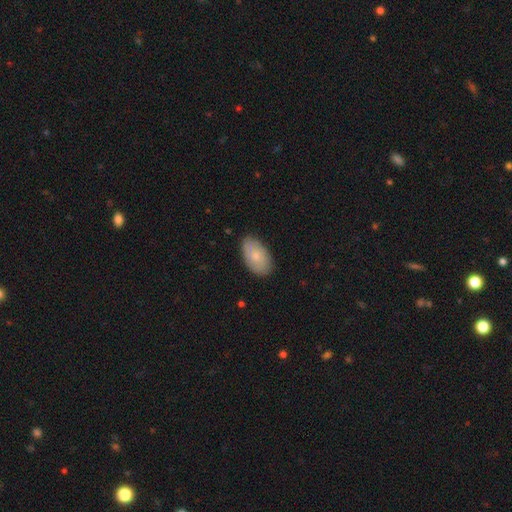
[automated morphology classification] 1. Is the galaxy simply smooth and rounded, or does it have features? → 72% smooth, 21% featured or disk, 6% star or artifact.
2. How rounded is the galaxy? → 94% in between, 4% round, 2% cigar-shaped.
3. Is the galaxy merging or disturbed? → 81% none, 16% minor disturbance, 3% major disturbance, 1% merger.